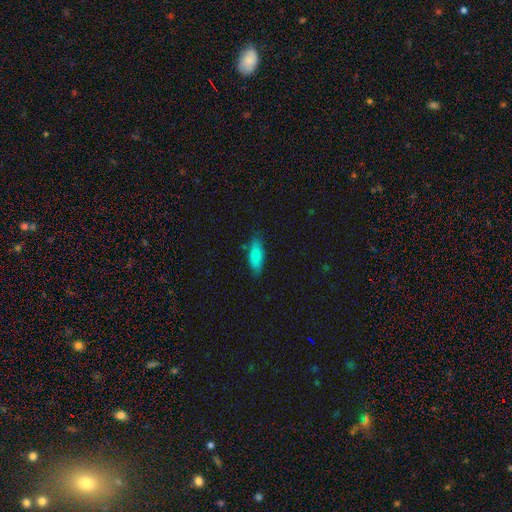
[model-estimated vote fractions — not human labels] The model was most divided on "how rounded": in between: 67%, cigar-shaped: 31%, round: 2%. More confident: smooth or featured — smooth (81%); merging — none (79%).